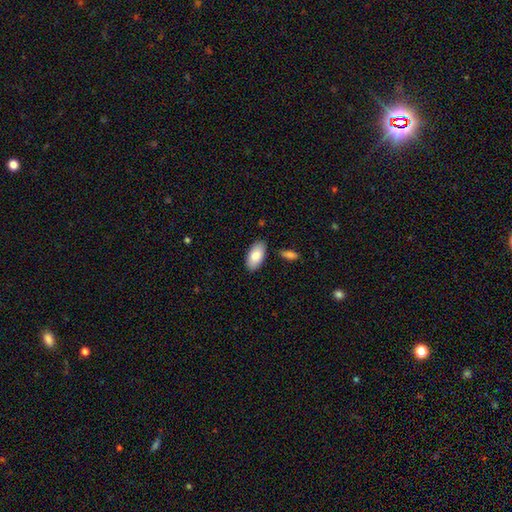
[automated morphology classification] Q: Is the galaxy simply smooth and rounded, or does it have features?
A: smooth — 86%.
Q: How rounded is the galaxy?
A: in between — 95%.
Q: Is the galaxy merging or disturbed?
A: none — 85%.